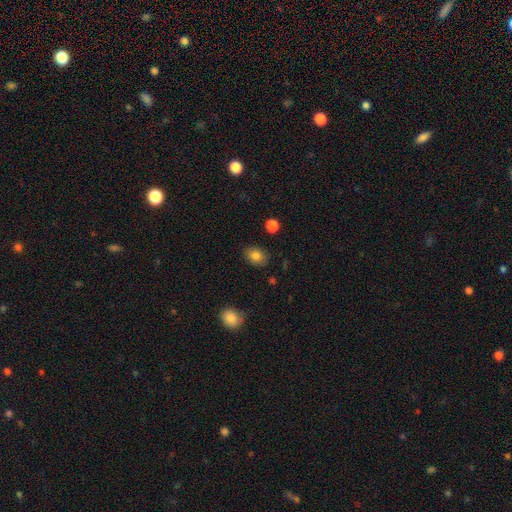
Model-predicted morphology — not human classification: Smooth or featured? Predicted: smooth (p=0.83). How rounded? Predicted: in between (p=0.62). Merging? Predicted: none (p=0.85).